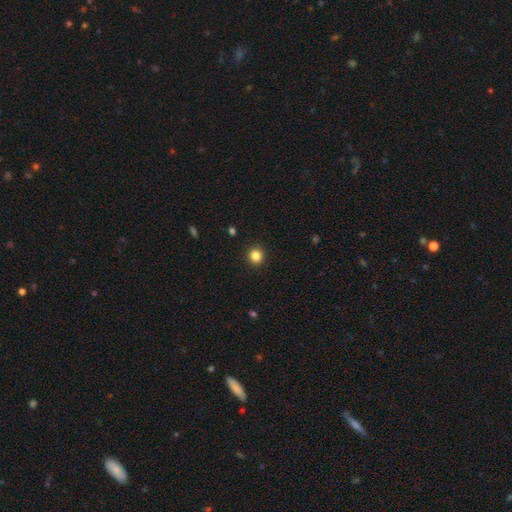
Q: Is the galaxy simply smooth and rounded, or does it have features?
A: smooth — 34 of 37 (92%).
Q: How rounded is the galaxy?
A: round — 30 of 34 (88%).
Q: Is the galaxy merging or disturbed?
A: none — 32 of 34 (94%).